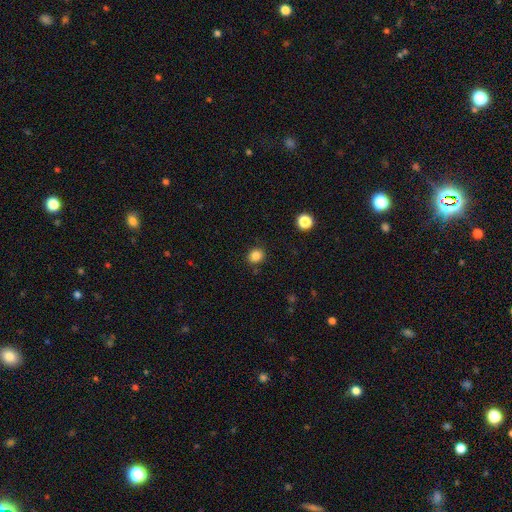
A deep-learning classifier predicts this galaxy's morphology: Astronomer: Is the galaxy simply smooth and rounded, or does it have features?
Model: smooth — 84%.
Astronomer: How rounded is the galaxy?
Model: round — 80%.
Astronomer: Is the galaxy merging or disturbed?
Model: none — 86%.